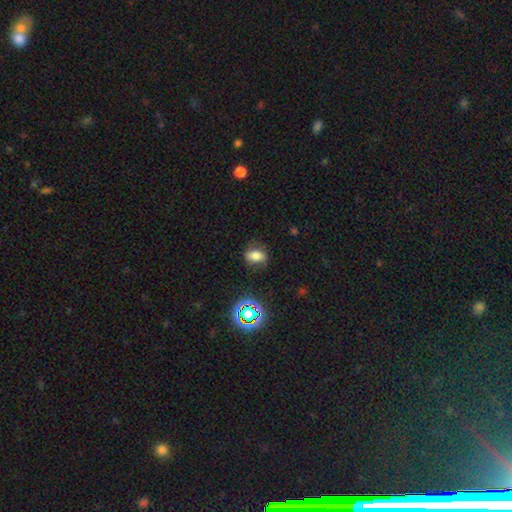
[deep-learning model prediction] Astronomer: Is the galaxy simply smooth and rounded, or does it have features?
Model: smooth — 68%.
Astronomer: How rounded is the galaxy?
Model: in between — 75%.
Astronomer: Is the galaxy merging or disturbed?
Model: none — 74%.